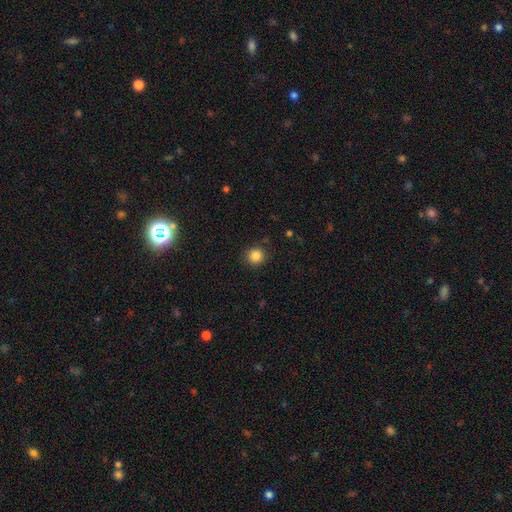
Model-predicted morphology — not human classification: smooth 85%, star or artifact 11%, featured or disk 4%. Down the decision tree: how rounded — round (92%); merging — none (89%).